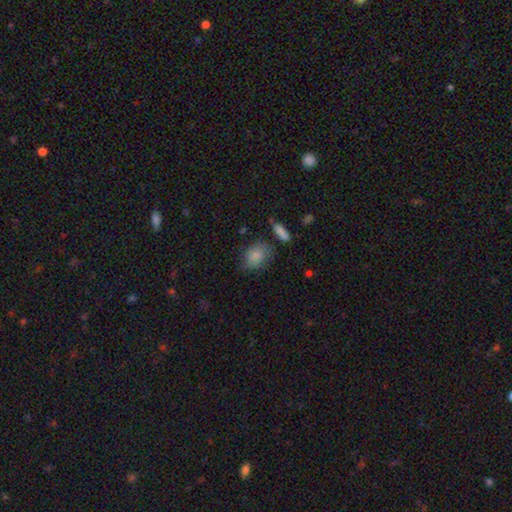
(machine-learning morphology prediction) Smooth or featured?
  - smooth: 84% *
  - featured or disk: 9%
  - star or artifact: 7%
How rounded?
  - in between: 68% *
  - round: 31%
  - cigar-shaped: 2%
Merging?
  - none: 61% *
  - minor disturbance: 27%
  - major disturbance: 8%
  - merger: 5%